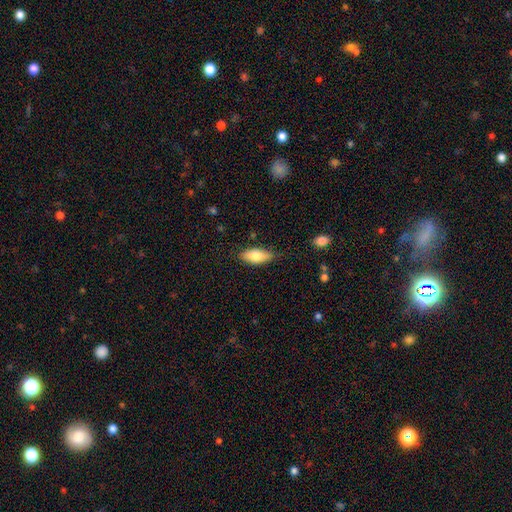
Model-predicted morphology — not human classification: This appears to be a smooth galaxy with no disk features (77%) that is in between round and cigar-shaped (83%). Merging: none (81%).